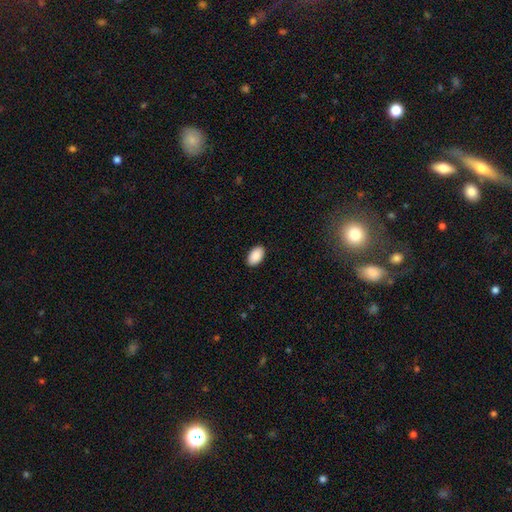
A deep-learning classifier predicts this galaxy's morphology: type=smooth (91%); roundness=in between (94%); merging=none (89%).